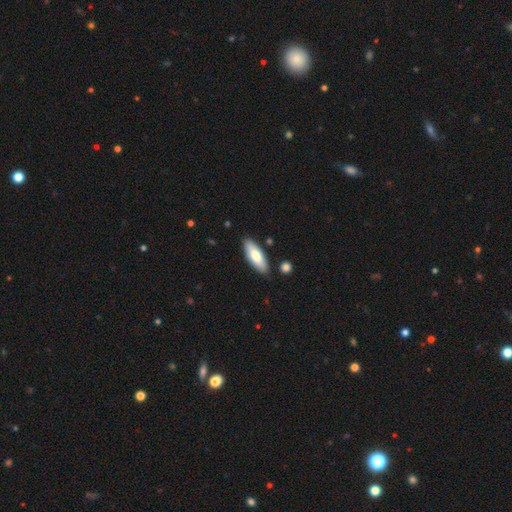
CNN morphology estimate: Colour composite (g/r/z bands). It shows a smooth galaxy with no disk features (75%) that is in between round and cigar-shaped (66%). Merging: none (86%).